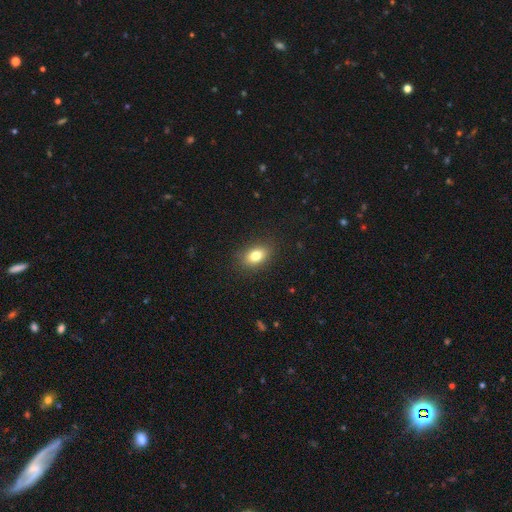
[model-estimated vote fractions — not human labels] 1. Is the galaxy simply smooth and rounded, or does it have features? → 81% smooth, 10% featured or disk, 10% star or artifact.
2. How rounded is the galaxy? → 83% in between, 15% round, 2% cigar-shaped.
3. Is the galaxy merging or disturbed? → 87% none, 9% minor disturbance, 3% major disturbance, 1% merger.